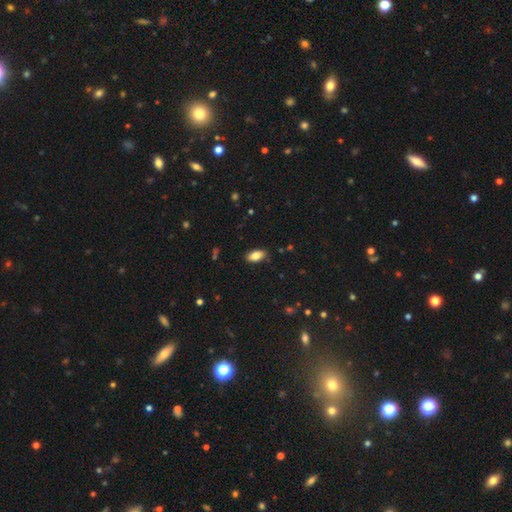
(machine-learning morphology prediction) A smooth galaxy with no disk features (83%) that is in between round and cigar-shaped (92%). Merging: none (86%).